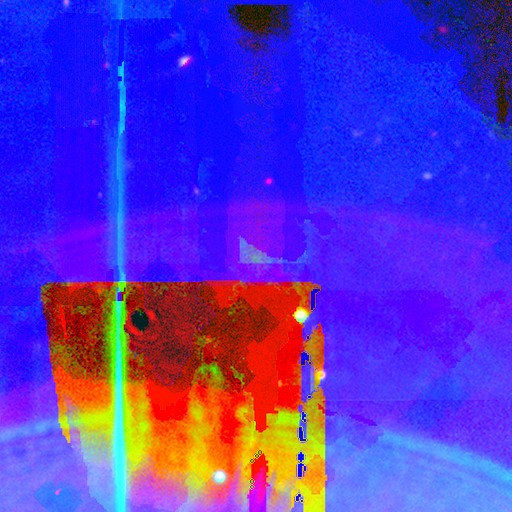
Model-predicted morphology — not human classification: Q: Smooth or featured?
A: star or artifact (88%); runner-up: featured or disk (7%)